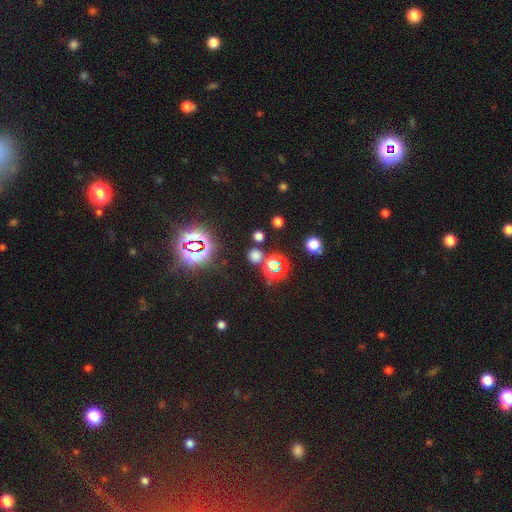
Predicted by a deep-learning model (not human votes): A smooth galaxy with no disk features (56%) that is round (90%).

Vote fractions:
- Smooth or featured? smooth: 56% / star or artifact: 39% / featured or disk: 6%
- How rounded? round: 90% / in between: 9% / cigar-shaped: 1%
- Merging? none: 82% / merger: 8% / minor disturbance: 7% / major disturbance: 3%